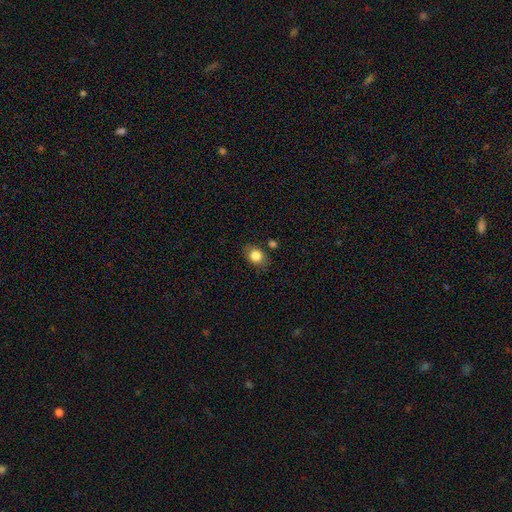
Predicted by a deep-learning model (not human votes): This is clearly a smooth galaxy (82%). How rounded: likely in between (63%). Merging: likely none (78%).